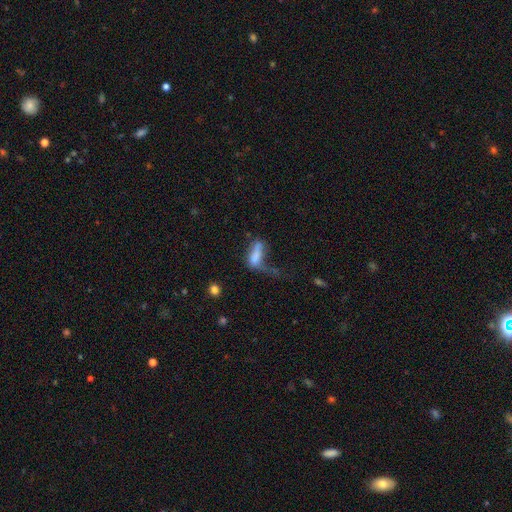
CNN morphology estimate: Smooth or featured?
  - smooth: 67% *
  - featured or disk: 22%
  - star or artifact: 11%
How rounded?
  - in between: 65% *
  - cigar-shaped: 31%
  - round: 4%
Merging?
  - major disturbance: 46% *
  - none: 20%
  - minor disturbance: 19%
  - merger: 15%